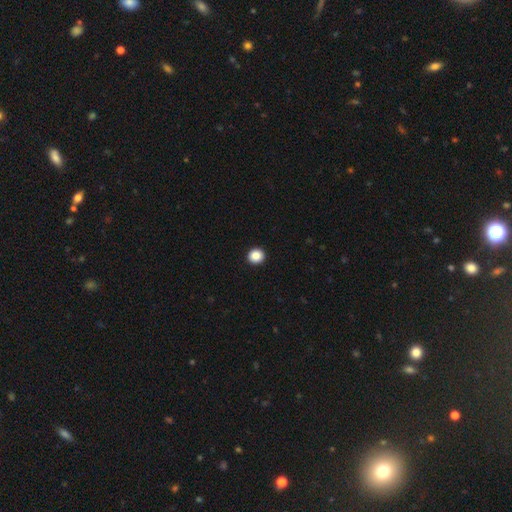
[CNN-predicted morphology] Smooth or featured?
  - smooth: 88% *
  - star or artifact: 9%
  - featured or disk: 3%
How rounded?
  - round: 92% *
  - in between: 7%
  - cigar-shaped: 1%
Merging?
  - none: 94% *
  - minor disturbance: 4%
  - major disturbance: 1%
  - merger: 1%